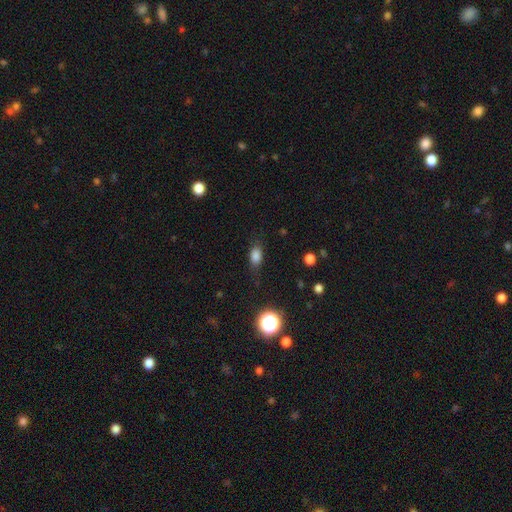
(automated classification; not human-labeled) A smooth galaxy with no disk features (80%) that is in between round and cigar-shaped (80%). Merging: none (75%).